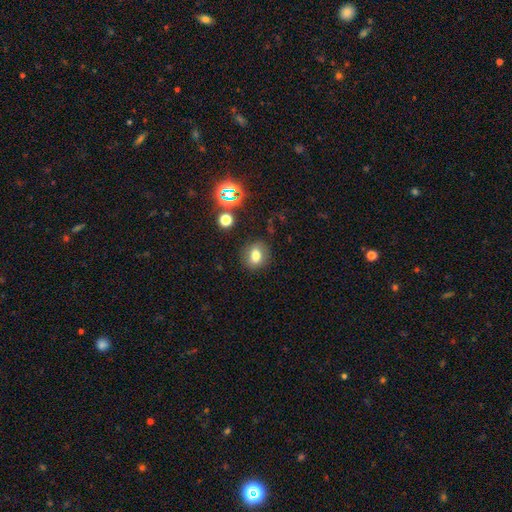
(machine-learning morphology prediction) smooth-or-featured: smooth: 73% | star or artifact: 15% | featured or disk: 12%
  how-rounded: round: 54% | in between: 45% | cigar-shaped: 1%
  merging: none: 83% | minor disturbance: 11% | major disturbance: 4% | merger: 2%